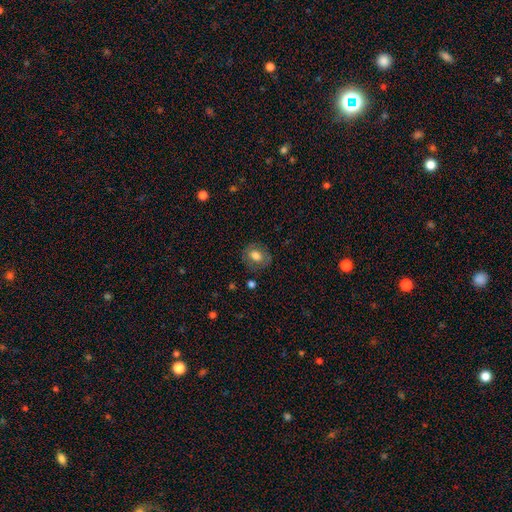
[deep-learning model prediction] Morphology: type=smooth (71%); roundness=round (54%); merging=none (81%).